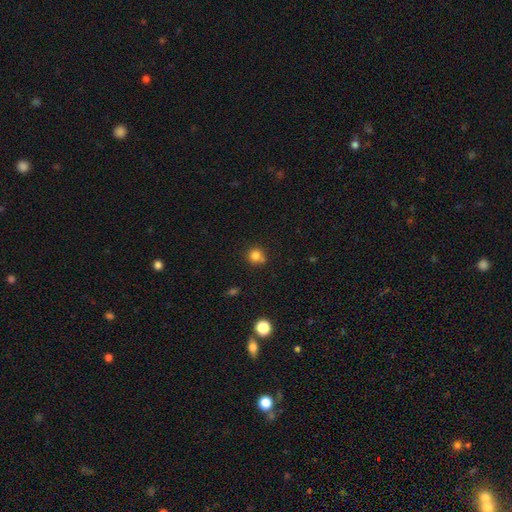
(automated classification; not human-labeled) The model was most divided on "merging": none: 69%, minor disturbance: 16%, merger: 11%, major disturbance: 4%. More confident: how rounded — round (88%); smooth or featured — smooth (81%).